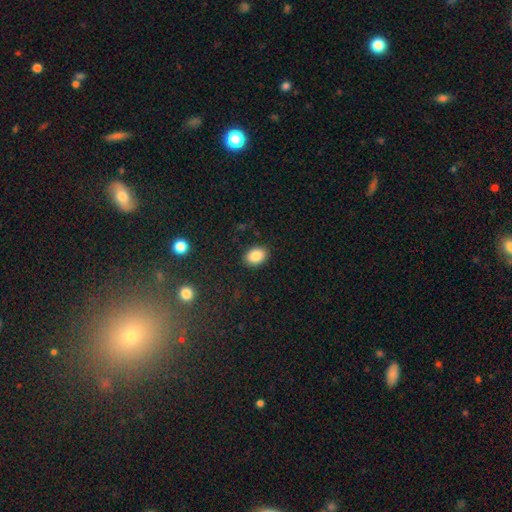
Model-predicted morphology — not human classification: Overall: smooth (85%). How rounded: in between (74%). Merging: none (88%).